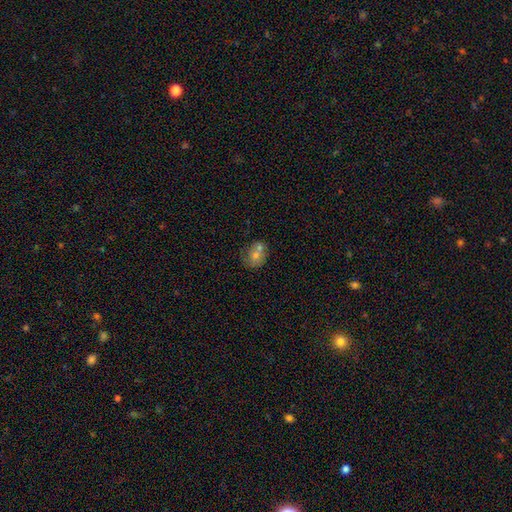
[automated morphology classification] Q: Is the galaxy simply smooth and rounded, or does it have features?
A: smooth — 65%.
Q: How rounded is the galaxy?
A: round — 58%.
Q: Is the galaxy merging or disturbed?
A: none — 42%.